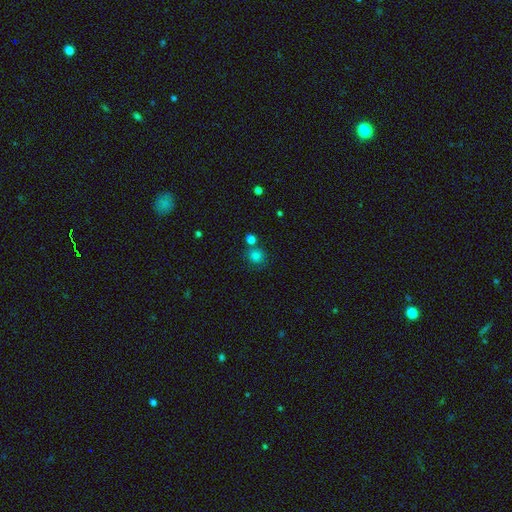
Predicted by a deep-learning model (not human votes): Smooth or featured? Predicted: smooth (p=0.81). How rounded? Predicted: round (p=0.87). Merging? Predicted: none (p=0.73).